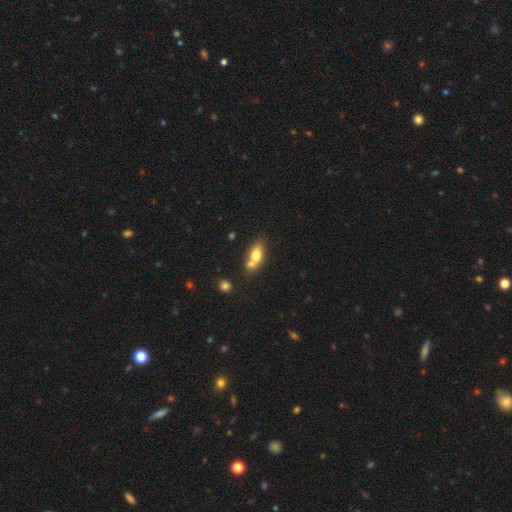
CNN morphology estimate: smooth 70%, featured or disk 22%, star or artifact 8%. Down the decision tree: how rounded — in between (77%); merging — merger (43%).